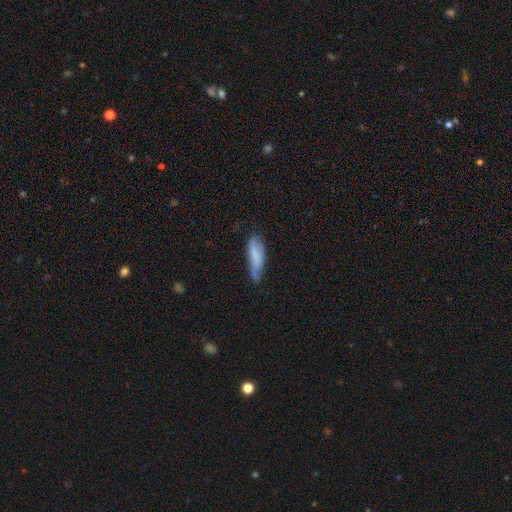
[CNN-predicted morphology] type=smooth (70%); roundness=cigar-shaped (55%); merging=minor disturbance (42%).